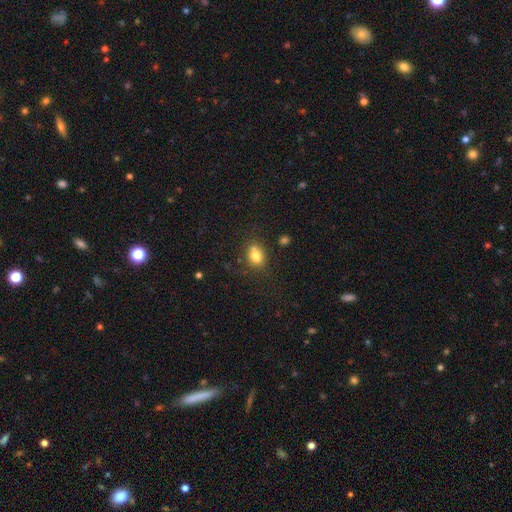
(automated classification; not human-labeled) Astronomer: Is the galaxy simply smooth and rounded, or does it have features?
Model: smooth — 77%.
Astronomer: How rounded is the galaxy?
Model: in between — 61% (runner-up: round, 37%).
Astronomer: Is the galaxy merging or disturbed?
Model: none — 55%.